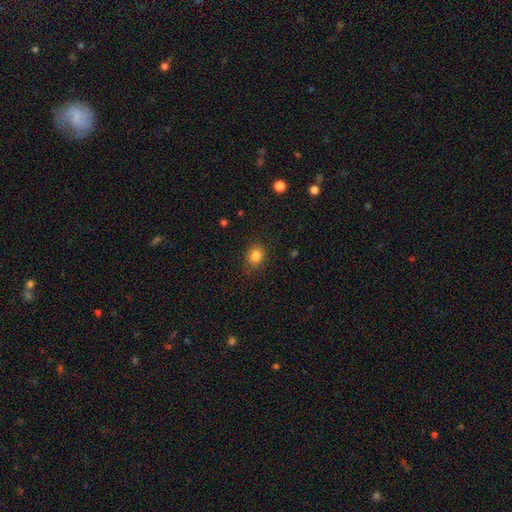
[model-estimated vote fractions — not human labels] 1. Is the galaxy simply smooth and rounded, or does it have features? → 84% smooth, 11% star or artifact, 5% featured or disk.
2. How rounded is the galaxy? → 70% round, 29% in between, 1% cigar-shaped.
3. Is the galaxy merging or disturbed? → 84% none, 12% minor disturbance, 3% major disturbance, 1% merger.